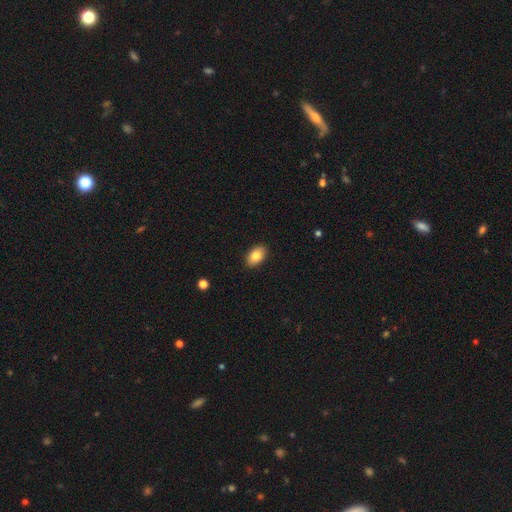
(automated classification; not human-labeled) Q: Smooth or featured?
A: smooth (83%); runner-up: featured or disk (10%)
Q: How rounded?
A: in between (92%); runner-up: round (7%)
Q: Merging?
A: none (89%); runner-up: minor disturbance (9%)